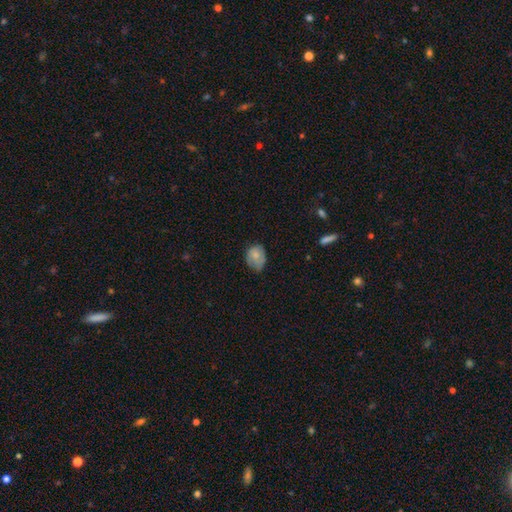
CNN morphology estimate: Smooth or featured?
  - smooth: 74% *
  - featured or disk: 18%
  - star or artifact: 8%
How rounded?
  - in between: 56% *
  - round: 43%
  - cigar-shaped: 1%
Merging?
  - none: 51% *
  - minor disturbance: 38%
  - major disturbance: 10%
  - merger: 1%